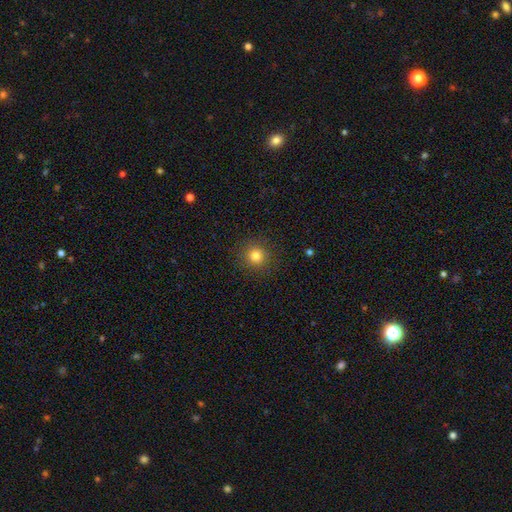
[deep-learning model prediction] Q: Smooth or featured?
A: smooth (80%); runner-up: star or artifact (14%)
Q: How rounded?
A: round (93%); runner-up: in between (6%)
Q: Merging?
A: none (90%); runner-up: minor disturbance (6%)